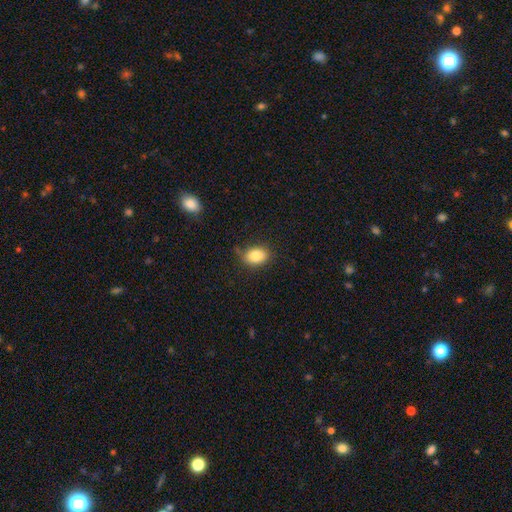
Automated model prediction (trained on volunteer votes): A smooth galaxy with no disk features (84%) that is in between round and cigar-shaped (77%). Merging: none (79%).